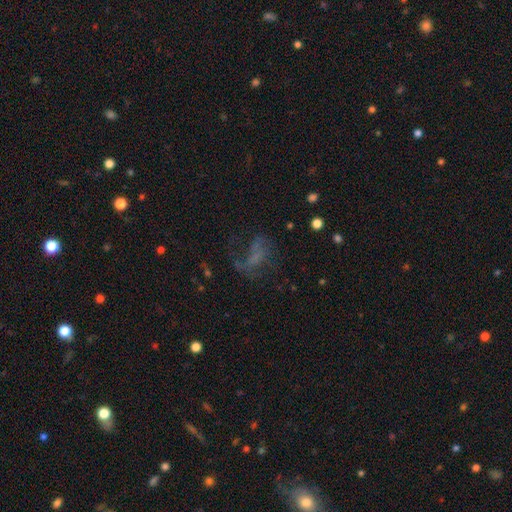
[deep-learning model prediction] Smooth or featured: featured or disk — 42% (smooth — 33%)
Merging: major disturbance — 43% (none — 36%)